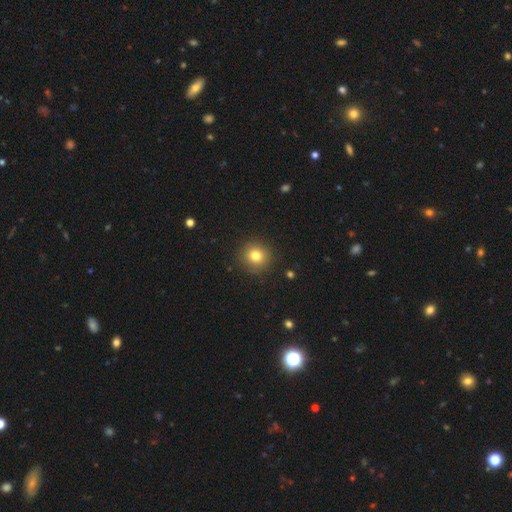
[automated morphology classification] smooth 80%, star or artifact 12%, featured or disk 8%. Down the decision tree: how rounded — round (92%); merging — none (90%).